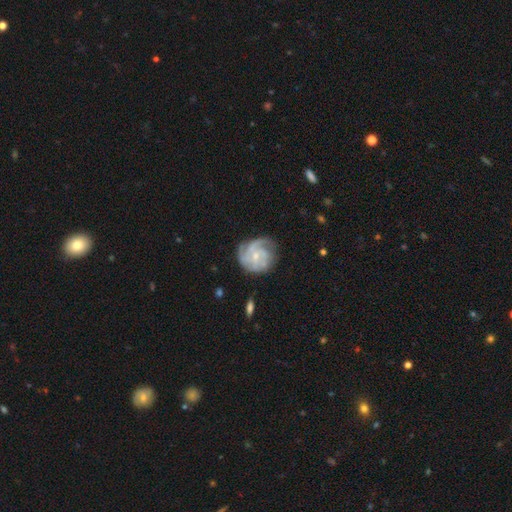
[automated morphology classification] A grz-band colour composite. It shows a featured or disk galaxy (81%) with no bar (67%), 3 (33%) tight (55%) spiral arms (94%) and a small central bulge (65%). Merging: none (65%).